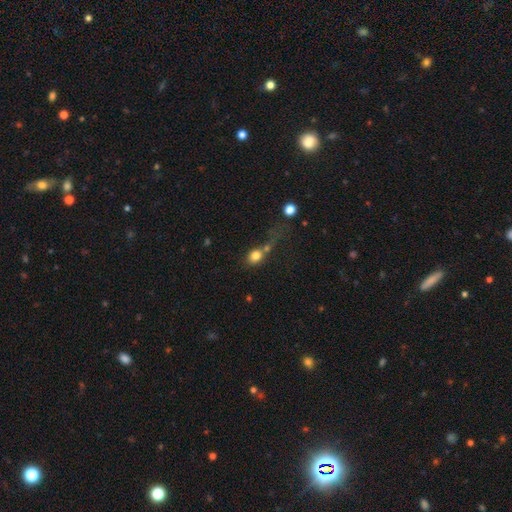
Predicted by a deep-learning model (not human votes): Smooth or featured: smooth — 79% (star or artifact — 11%)
How rounded: round — 53% (in between — 45%)
Merging: none — 38% (merger — 31%)